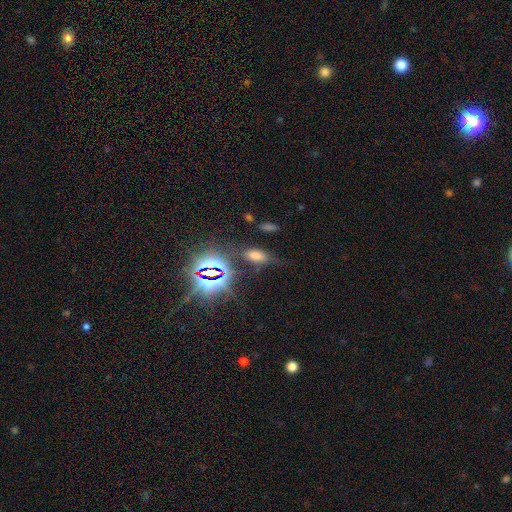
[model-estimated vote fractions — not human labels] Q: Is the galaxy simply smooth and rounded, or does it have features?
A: smooth — 59%.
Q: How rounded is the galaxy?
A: in between — 84%.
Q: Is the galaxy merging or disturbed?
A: none — 71%.